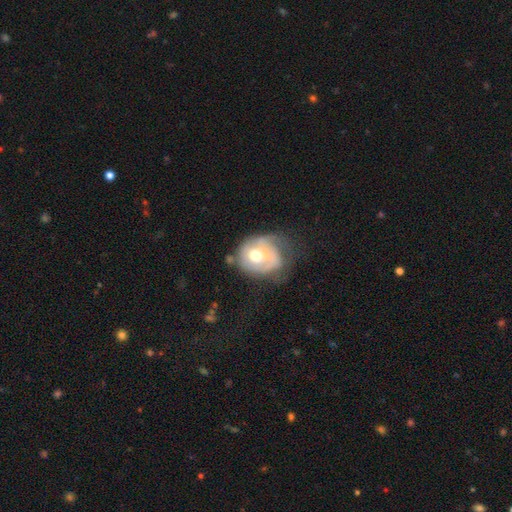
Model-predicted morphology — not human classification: Smooth or featured: featured or disk — 54% (smooth — 38%)
Edge-on disk: no — 97% (yes — 3%)
Bar: no — 85% (weak — 12%)
Spiral arms: no — 64% (yes — 36%)
Bulge size: moderate — 71% (small — 17%)
Merging: merger — 27% (none — 26%)